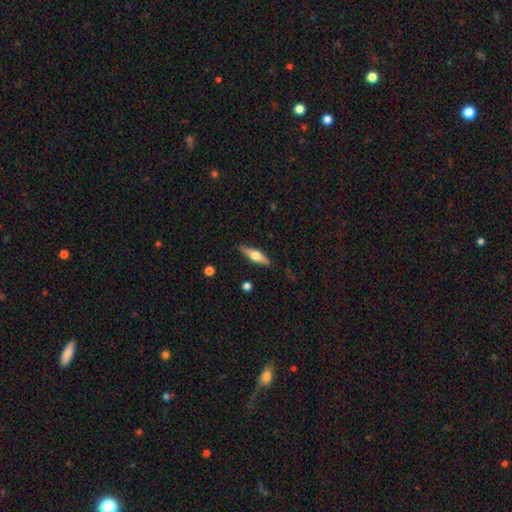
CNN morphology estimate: The model was most divided on "smooth or featured": featured or disk: 51%, smooth: 43%, star or artifact: 6%. More confident: edge-on disk — yes (92%); merging — none (86%).